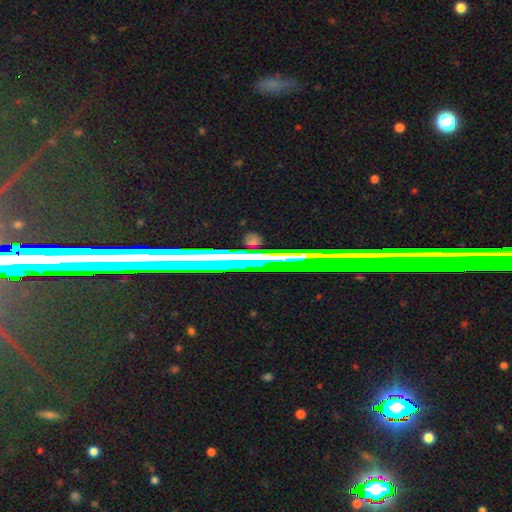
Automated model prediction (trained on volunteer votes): smooth_or_featured: star or artifact (p=0.75) [alt: featured or disk p=0.15]